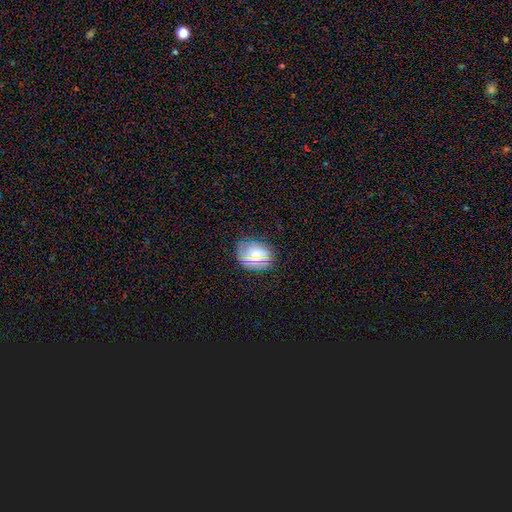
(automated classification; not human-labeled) This is likely a smooth galaxy (69%). How rounded: possibly round (58%). Merging: clearly none (80%).